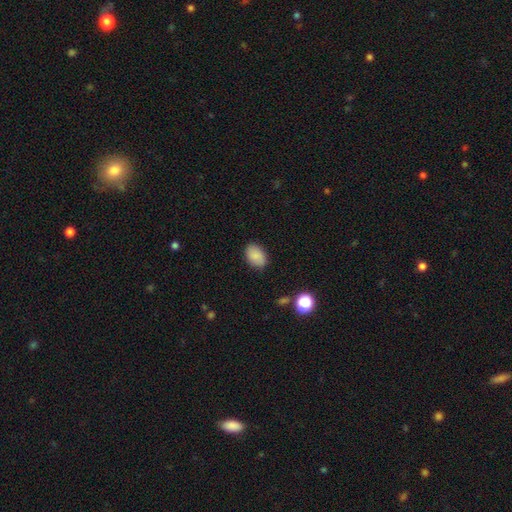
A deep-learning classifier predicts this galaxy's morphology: Smooth or featured: smooth — 87% (star or artifact — 8%)
How rounded: in between — 83% (round — 16%)
Merging: none — 85% (minor disturbance — 11%)